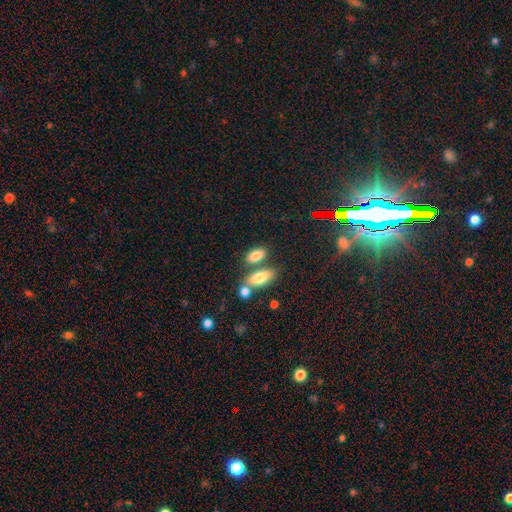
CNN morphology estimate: The model was most divided on "merging": none: 56%, merger: 28%, minor disturbance: 12%, major disturbance: 4%. More confident: how rounded — in between (87%); smooth or featured — smooth (82%).